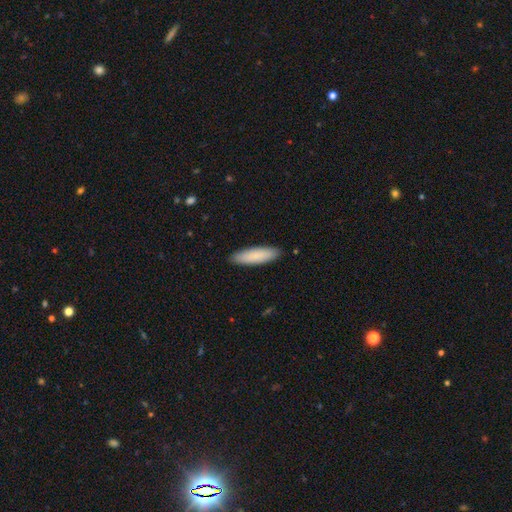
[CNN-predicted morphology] smooth_or_featured: smooth (p=0.87) [alt: featured or disk p=0.08]
how_rounded: cigar-shaped (p=0.65) [alt: in between p=0.34]
merging: none (p=0.90) [alt: minor disturbance p=0.07]